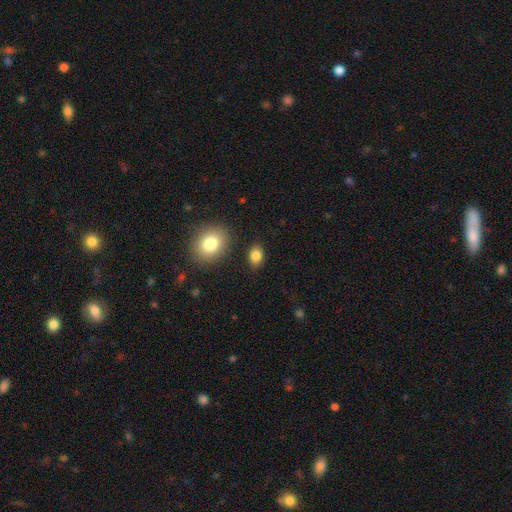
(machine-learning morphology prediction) Smooth or featured: smooth — 85% (star or artifact — 9%)
How rounded: in between — 73% (round — 25%)
Merging: none — 86% (minor disturbance — 9%)